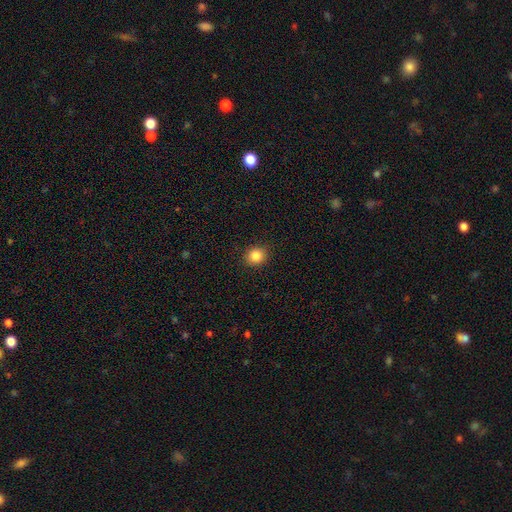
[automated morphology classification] Smooth or featured? Predicted: smooth (p=0.85). How rounded? Predicted: round (p=0.81). Merging? Predicted: none (p=0.90).